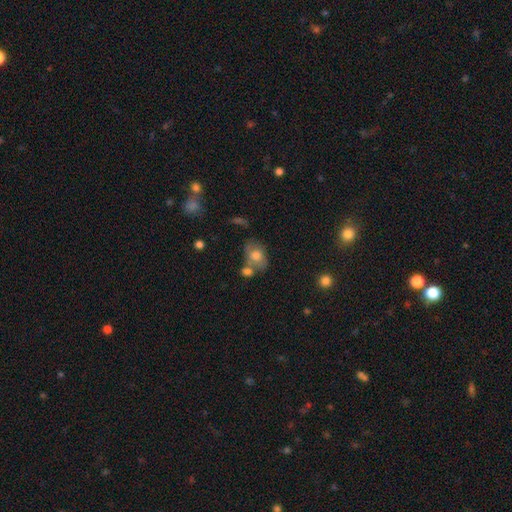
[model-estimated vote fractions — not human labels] Smooth or featured?
  - smooth: 66% *
  - featured or disk: 25%
  - star or artifact: 9%
How rounded?
  - in between: 77% *
  - round: 22%
  - cigar-shaped: 2%
Merging?
  - none: 46% *
  - merger: 26%
  - minor disturbance: 20%
  - major disturbance: 8%